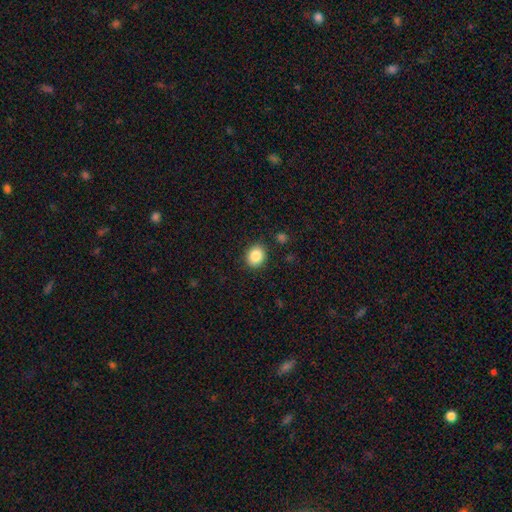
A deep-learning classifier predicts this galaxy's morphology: A smooth galaxy with no disk features (86%) that is round (61%).

Vote fractions:
- Smooth or featured? smooth: 86% / star or artifact: 9% / featured or disk: 5%
- How rounded? round: 61% / in between: 38% / cigar-shaped: 1%
- Merging? none: 88% / minor disturbance: 8% / major disturbance: 2% / merger: 2%